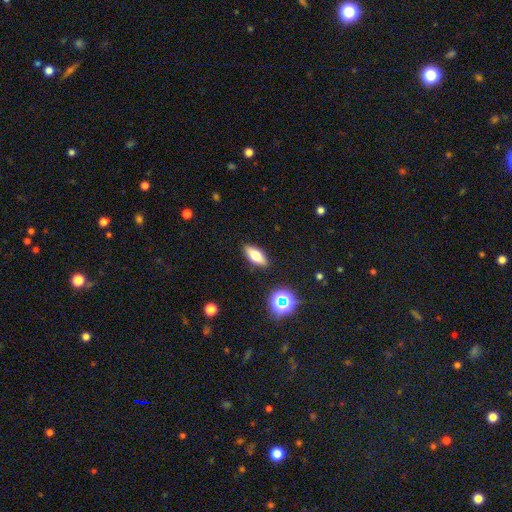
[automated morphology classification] This appears to be a smooth galaxy with no disk features (62%) that is in between round and cigar-shaped (74%). Merging: none (89%).